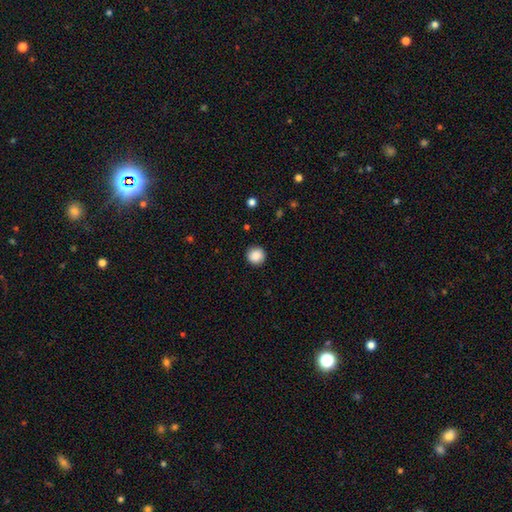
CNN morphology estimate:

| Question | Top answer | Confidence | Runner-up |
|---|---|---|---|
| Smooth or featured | smooth | 89% | star or artifact (9%) |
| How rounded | round | 95% | in between (4%) |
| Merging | none | 92% | minor disturbance (5%) |